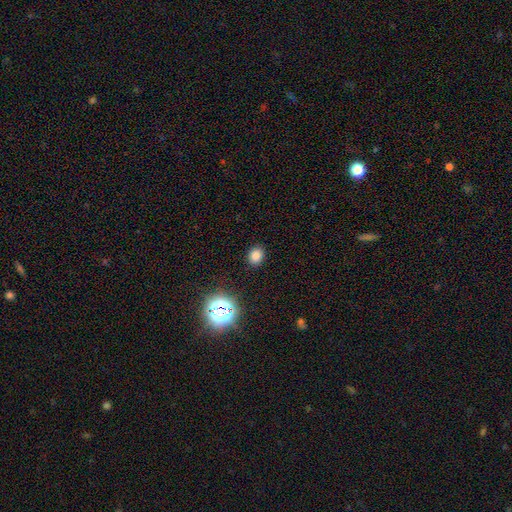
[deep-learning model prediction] Q: Smooth or featured?
A: smooth (78%); runner-up: star or artifact (17%)
Q: How rounded?
A: round (53%); runner-up: in between (46%)
Q: Merging?
A: none (88%); runner-up: minor disturbance (8%)